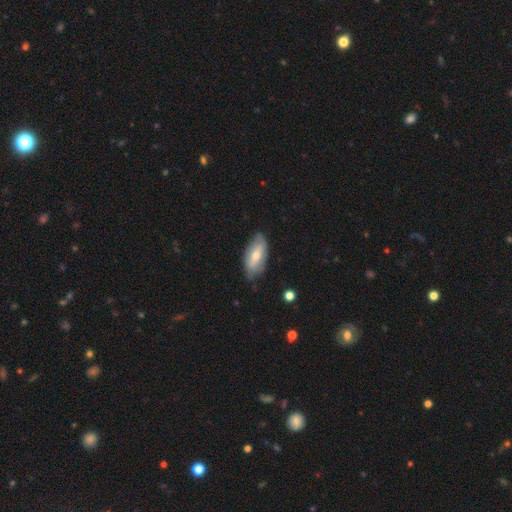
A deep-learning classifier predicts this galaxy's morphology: This is possibly a smooth galaxy (51%). How rounded: clearly in between (88%). Merging: likely none (72%).